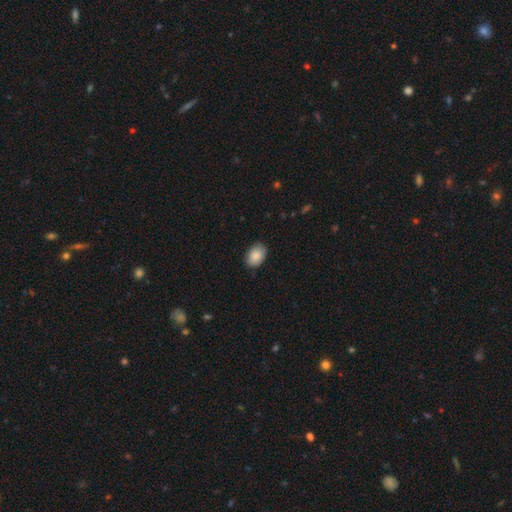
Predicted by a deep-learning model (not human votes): Morphology: type=smooth (88%); roundness=in between (83%); merging=none (86%).